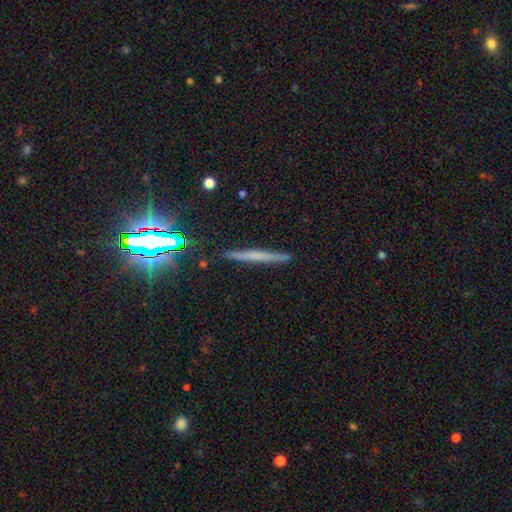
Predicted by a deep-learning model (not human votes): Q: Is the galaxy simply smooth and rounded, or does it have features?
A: featured or disk — 43%.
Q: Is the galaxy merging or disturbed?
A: none — 89%.